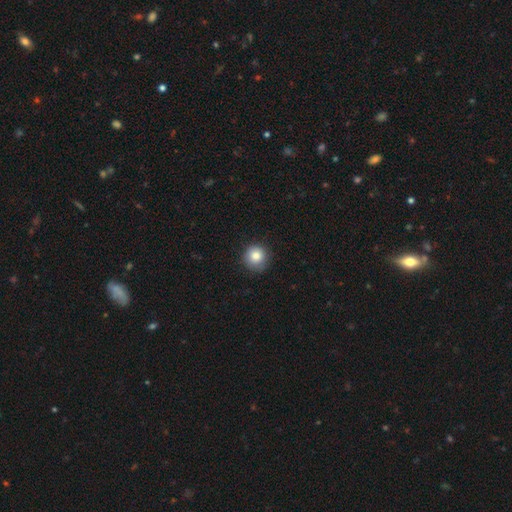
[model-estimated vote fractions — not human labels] Smooth or featured? Predicted: smooth (p=0.83). How rounded? Predicted: round (p=0.94). Merging? Predicted: none (p=0.83).